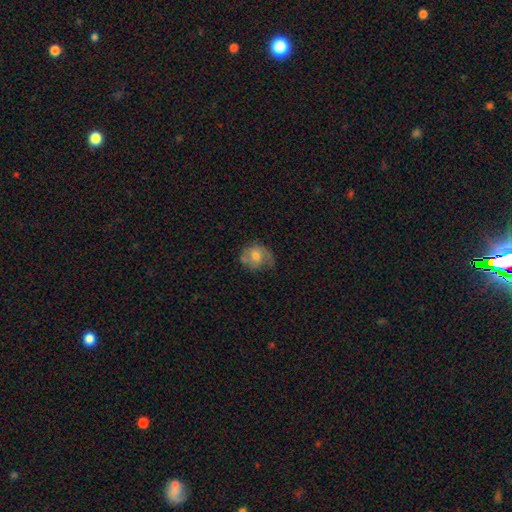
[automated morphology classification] Q: Smooth or featured?
A: smooth (50%); runner-up: featured or disk (42%)
Q: Merging?
A: none (53%); runner-up: minor disturbance (29%)